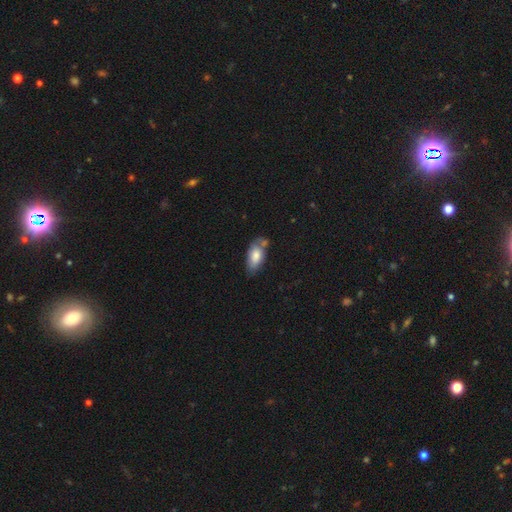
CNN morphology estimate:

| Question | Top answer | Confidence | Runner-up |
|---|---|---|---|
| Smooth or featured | smooth | 77% | featured or disk (16%) |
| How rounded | in between | 90% | cigar-shaped (7%) |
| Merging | none | 51% | minor disturbance (26%) |